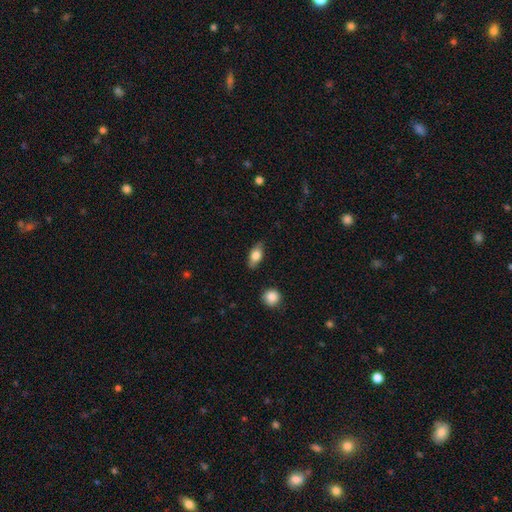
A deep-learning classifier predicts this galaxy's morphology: Smooth or featured: smooth — 75% (featured or disk — 18%)
How rounded: in between — 84% (cigar-shaped — 9%)
Merging: none — 83% (minor disturbance — 13%)